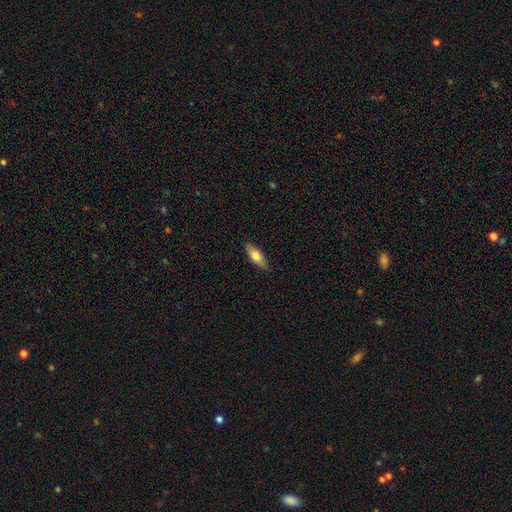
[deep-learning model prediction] Q: Smooth or featured?
A: smooth (67%); runner-up: featured or disk (27%)
Q: How rounded?
A: in between (59%); runner-up: cigar-shaped (39%)
Q: Merging?
A: none (88%); runner-up: minor disturbance (9%)